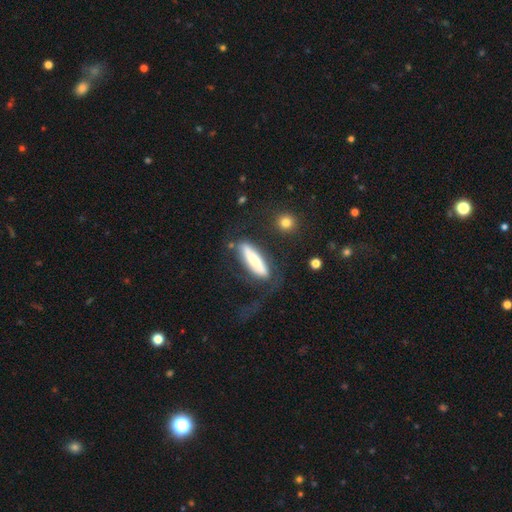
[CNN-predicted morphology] type=featured or disk (42%); merging=none (59%).